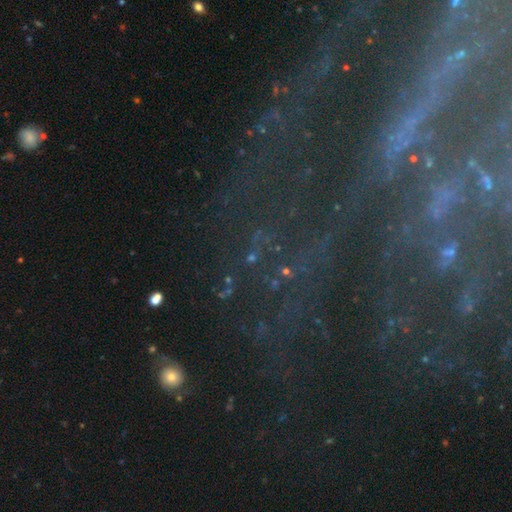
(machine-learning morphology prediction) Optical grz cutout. It shows a featured or disk galaxy (56%) with no bar (44%), spiral arms (81%) and a small central bulge (58%). Merging: none (70%).